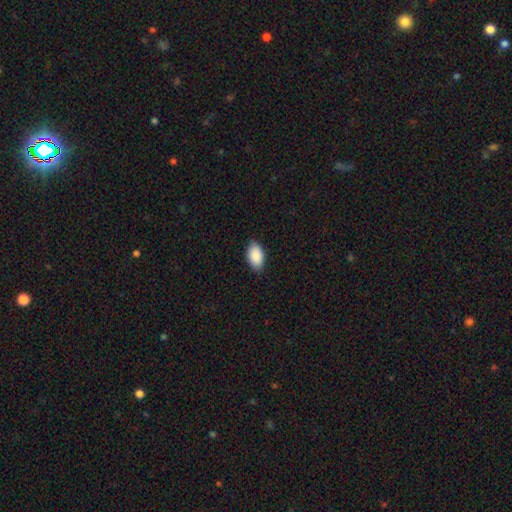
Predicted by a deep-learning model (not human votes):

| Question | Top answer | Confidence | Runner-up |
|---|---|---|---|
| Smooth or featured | smooth | 90% | star or artifact (6%) |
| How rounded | in between | 94% | round (4%) |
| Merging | none | 85% | minor disturbance (12%) |